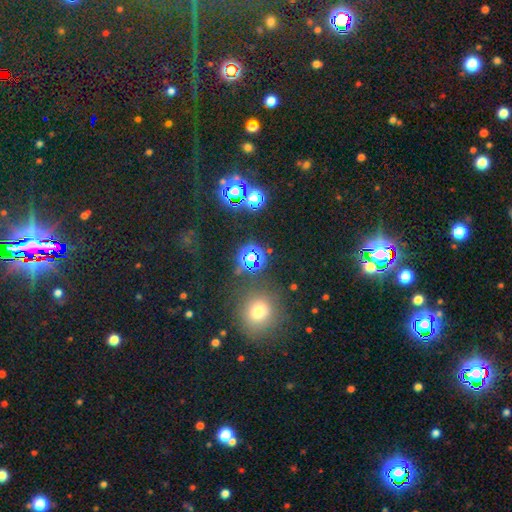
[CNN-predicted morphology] A star or artifact, not a galaxy (64%).

Vote fractions:
- Smooth or featured? star or artifact: 64% / smooth: 27% / featured or disk: 9%